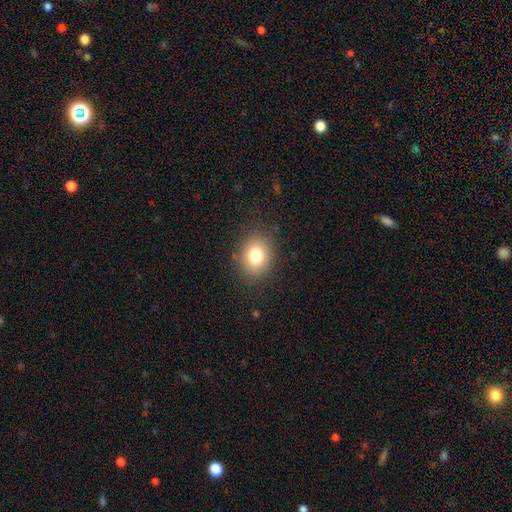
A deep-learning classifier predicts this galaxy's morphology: Smooth or featured? smooth (79%)
How rounded? round (50%)
Merging? none (85%)